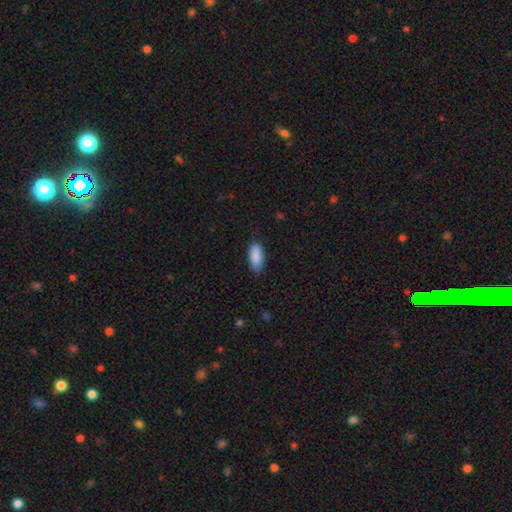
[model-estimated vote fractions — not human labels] Smooth or featured: smooth — 90% (star or artifact — 6%)
How rounded: in between — 86% (cigar-shaped — 12%)
Merging: none — 81% (minor disturbance — 15%)